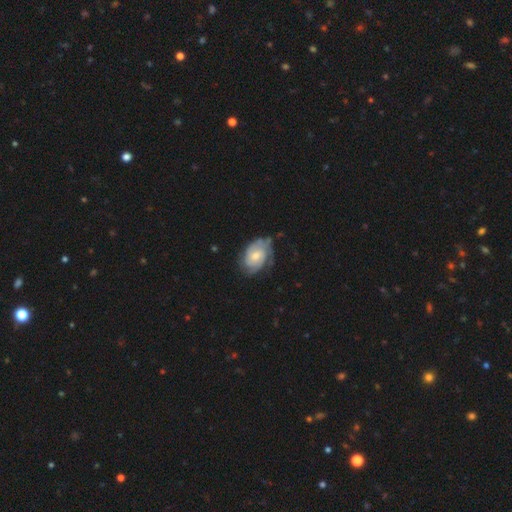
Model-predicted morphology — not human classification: A featured or disk galaxy (77%) with no bar (62%), 2 (40%) tight (62%) spiral arms (94%) and a moderate central bulge (51%).

Vote fractions:
- Smooth or featured? featured or disk: 77% / smooth: 17% / star or artifact: 5%
- Edge-on disk? no: 97% / yes: 3%
- Bar? no: 62% / weak: 33% / strong: 5%
- Spiral arms? yes: 94% / no: 6%
- Spiral winding? tight: 62% / medium: 30% / loose: 8%
- Spiral arm count? 2: 40% / can't tell: 28% / 3: 19% / 4: 5% / 1: 5% / more than 4: 4%
- Bulge size? moderate: 51% / small: 42% / large: 4% / none: 2% / dominant: 1%
- Merging? none: 67% / minor disturbance: 23% / major disturbance: 8% / merger: 2%